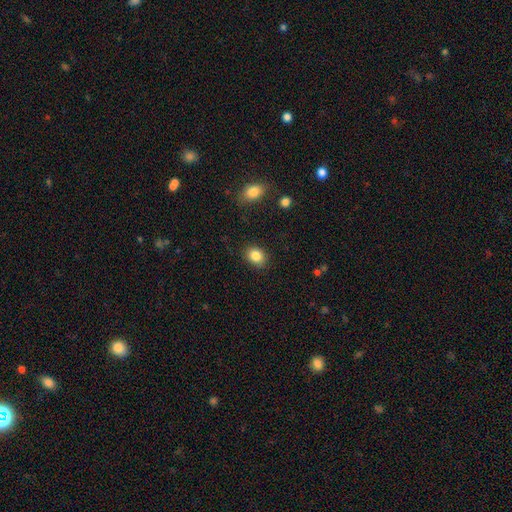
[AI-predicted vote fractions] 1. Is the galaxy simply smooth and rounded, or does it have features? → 85% smooth, 9% star or artifact, 5% featured or disk.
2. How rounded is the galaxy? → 50% round, 49% in between, 1% cigar-shaped.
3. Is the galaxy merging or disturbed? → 85% none, 11% minor disturbance, 3% major disturbance, 1% merger.